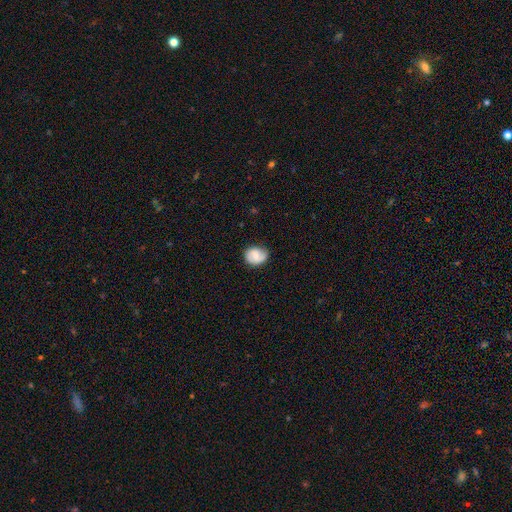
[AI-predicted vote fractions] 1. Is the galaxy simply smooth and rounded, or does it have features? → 53% smooth, 39% featured or disk, 8% star or artifact.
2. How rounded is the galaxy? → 64% round, 35% in between, 1% cigar-shaped.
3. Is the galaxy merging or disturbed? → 74% none, 20% minor disturbance, 4% major disturbance, 1% merger.